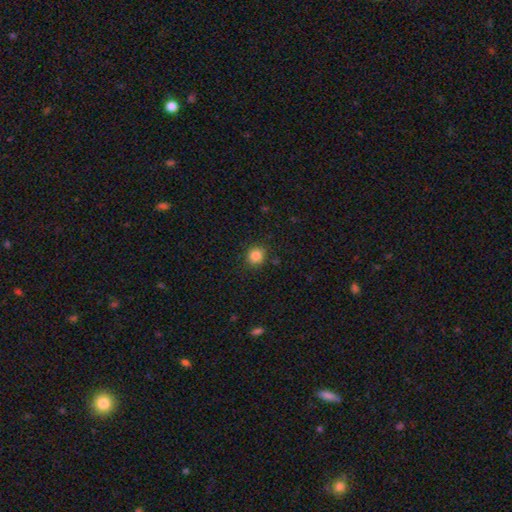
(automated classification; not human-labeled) Overall: smooth (85%). How rounded: round (83%). Merging: none (88%).